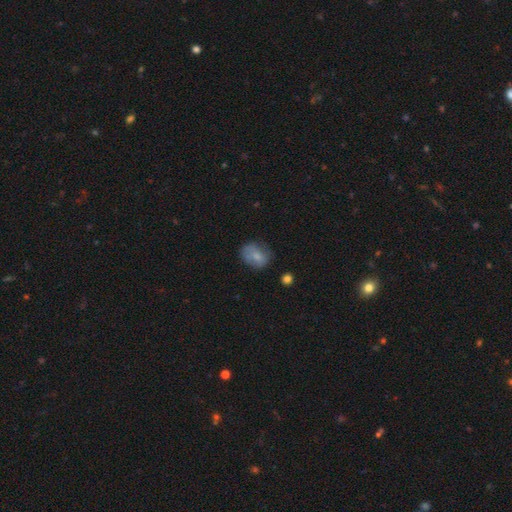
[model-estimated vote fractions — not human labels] Overall: smooth (71%). How rounded: in between (57%; round 42%). Merging: none (59%; minor disturbance 27%).